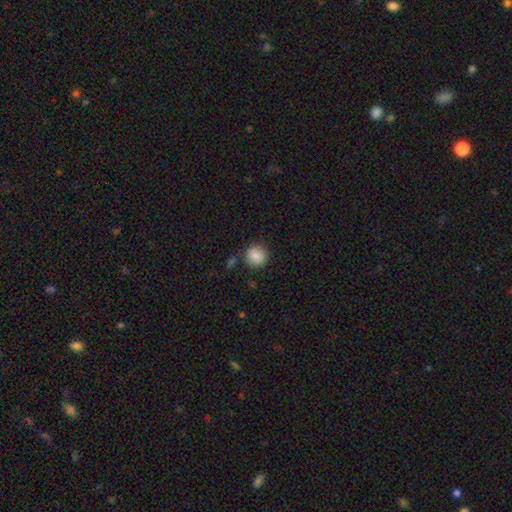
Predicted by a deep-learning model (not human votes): This appears to be a smooth galaxy with no disk features (87%) that is round (91%). Merging: none (83%).